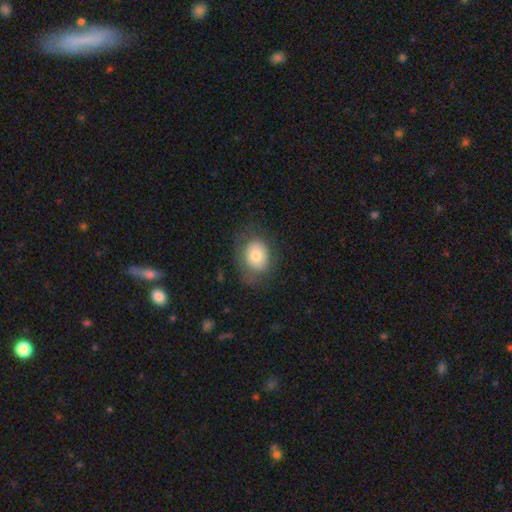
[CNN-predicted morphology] Smooth or featured? Predicted: smooth (p=0.73). How rounded? Predicted: in between (p=0.52). Merging? Predicted: none (p=0.66).